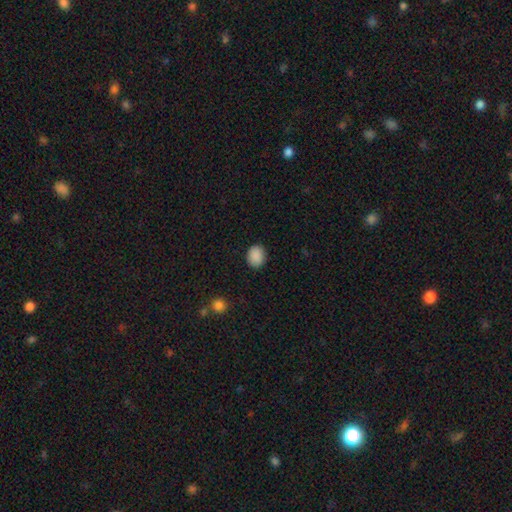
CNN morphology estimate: A smooth galaxy with no disk features (90%) that is in between round and cigar-shaped (53%). Merging: none (89%).